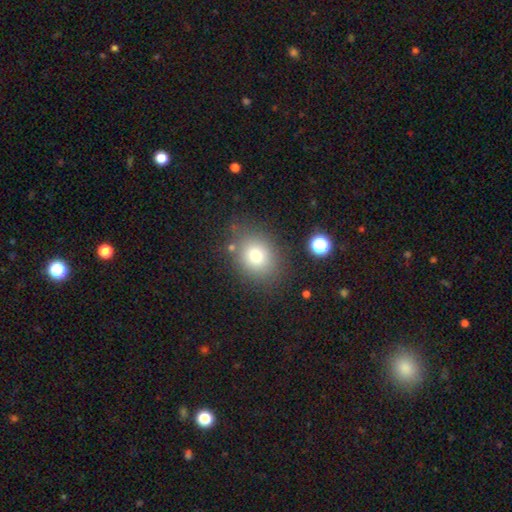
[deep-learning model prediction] Overall: smooth (78%). How rounded: round (55%; in between 44%). Merging: none (76%).